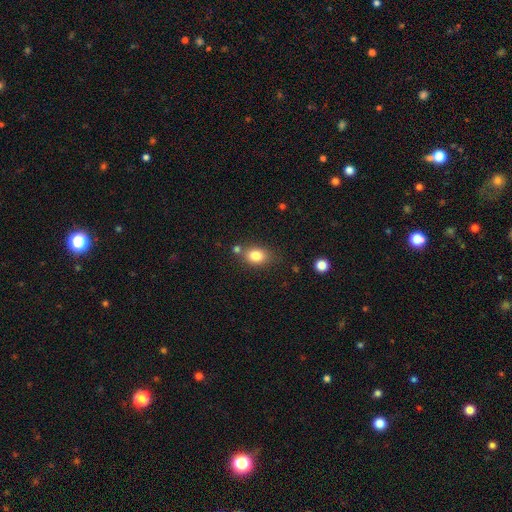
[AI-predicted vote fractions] This appears to be a smooth galaxy with no disk features (83%) that is in between round and cigar-shaped (70%). Merging: none (69%).